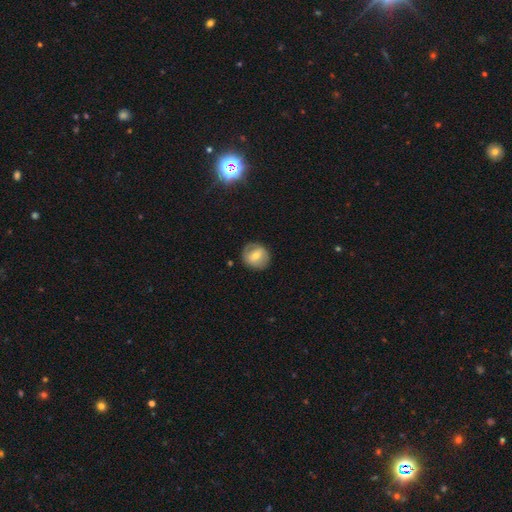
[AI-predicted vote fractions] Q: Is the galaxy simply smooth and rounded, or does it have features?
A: smooth — 56%.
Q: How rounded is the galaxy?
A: round — 82%.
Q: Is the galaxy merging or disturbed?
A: none — 82%.